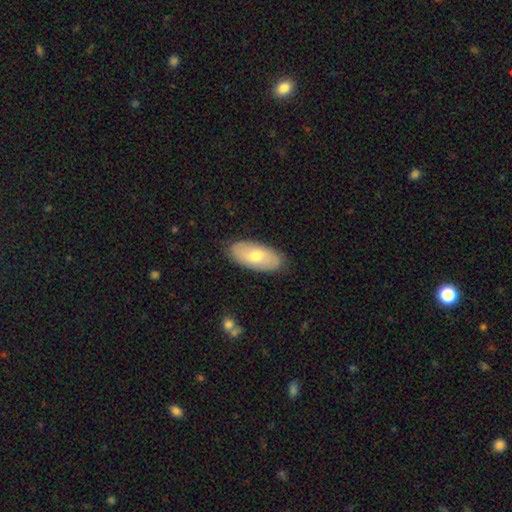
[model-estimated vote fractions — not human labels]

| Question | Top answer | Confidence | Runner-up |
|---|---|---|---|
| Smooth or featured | smooth | 65% | featured or disk (30%) |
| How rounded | in between | 90% | cigar-shaped (8%) |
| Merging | none | 86% | minor disturbance (10%) |